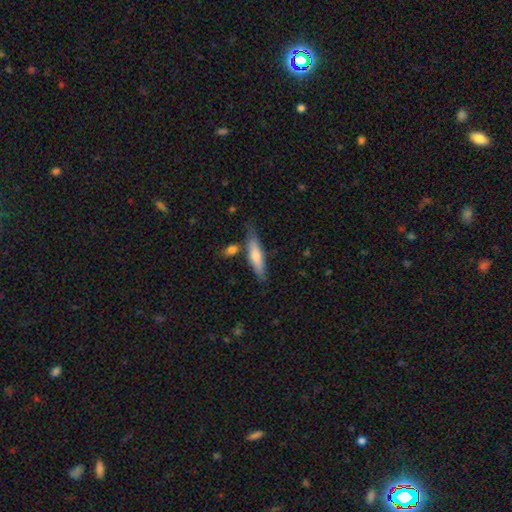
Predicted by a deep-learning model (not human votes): Smooth or featured: smooth — 63% (featured or disk — 32%)
How rounded: cigar-shaped — 79% (in between — 20%)
Merging: none — 71% (minor disturbance — 17%)